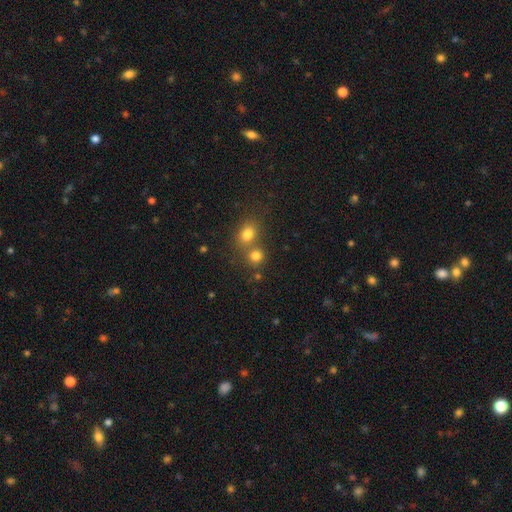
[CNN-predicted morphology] Smooth or featured? Predicted: smooth (p=0.78). How rounded? Predicted: round (p=0.78). Merging? Predicted: none (p=0.51).